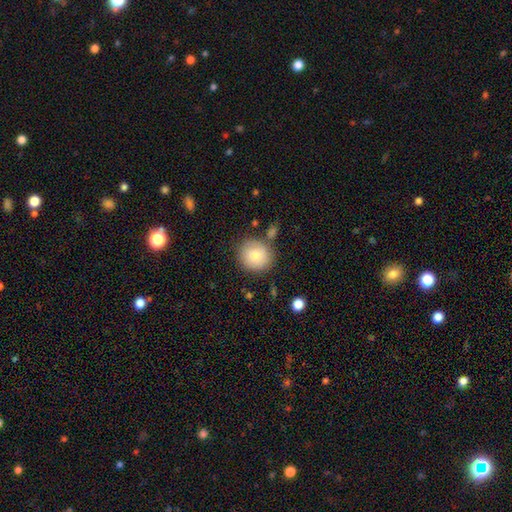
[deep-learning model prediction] This appears to be a smooth galaxy with no disk features (82%) that is round (88%). Merging: none (75%).